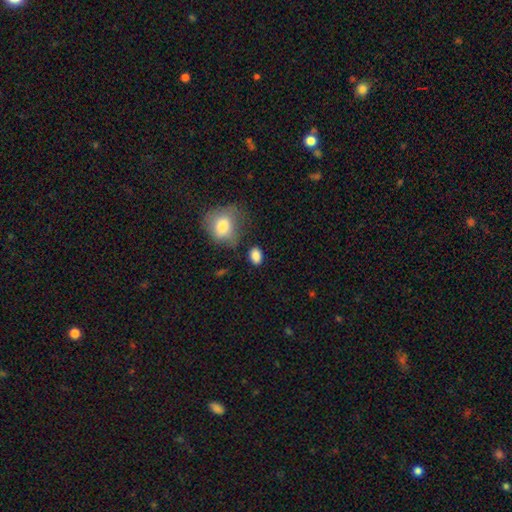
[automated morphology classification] This is clearly a smooth galaxy (87%). How rounded: likely in between (74%). Merging: likely none (77%).